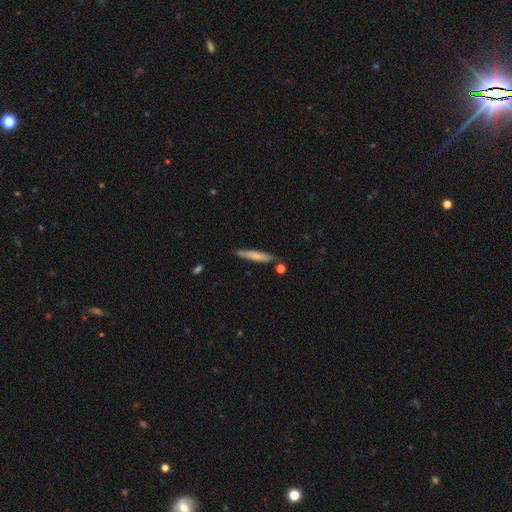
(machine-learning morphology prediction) Smooth or featured: smooth — 67% (featured or disk — 27%)
How rounded: cigar-shaped — 90% (in between — 9%)
Merging: none — 77% (minor disturbance — 15%)